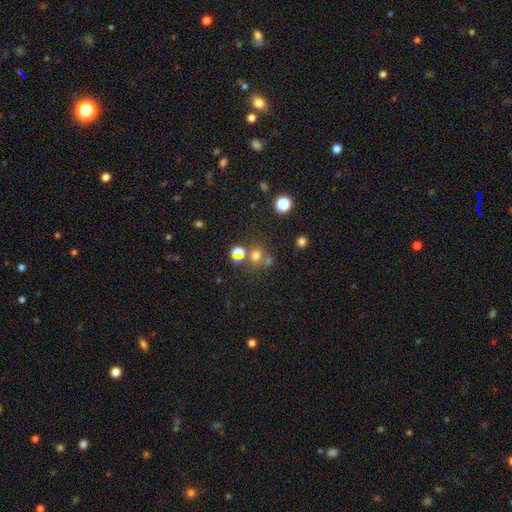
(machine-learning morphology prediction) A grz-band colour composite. It shows a smooth galaxy with no disk features (62%) that is round (82%). Merging: none (59%).